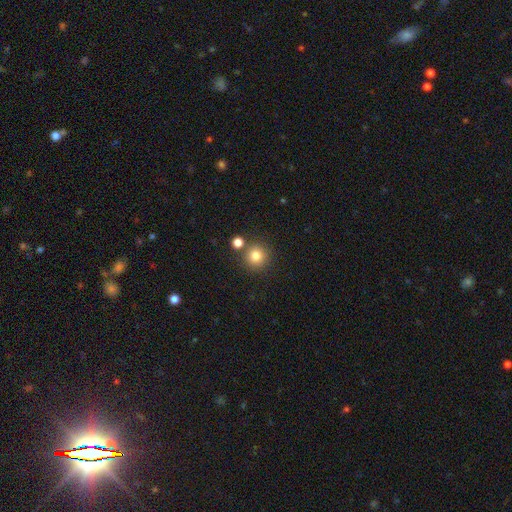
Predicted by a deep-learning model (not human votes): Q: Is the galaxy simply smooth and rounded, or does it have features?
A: smooth — 81%.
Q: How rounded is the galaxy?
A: round — 94%.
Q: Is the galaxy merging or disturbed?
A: none — 79%.